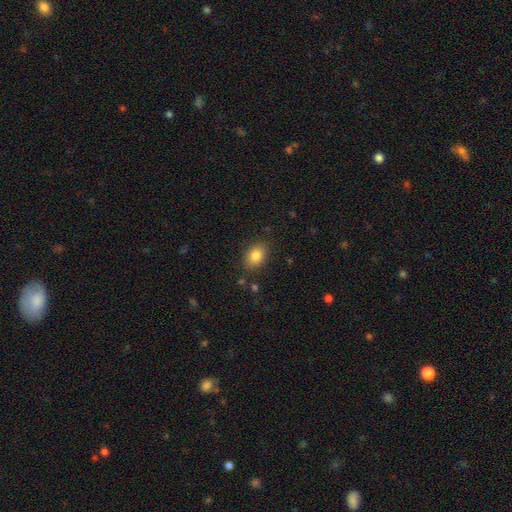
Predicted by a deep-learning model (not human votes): Smooth or featured?
  - smooth: 83% *
  - star or artifact: 9%
  - featured or disk: 8%
How rounded?
  - in between: 79% *
  - round: 19%
  - cigar-shaped: 1%
Merging?
  - none: 84% *
  - minor disturbance: 11%
  - major disturbance: 3%
  - merger: 2%